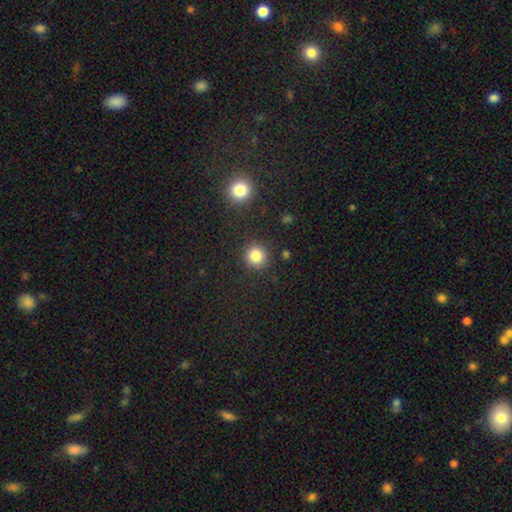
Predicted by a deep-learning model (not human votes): This appears to be a smooth galaxy with no disk features (83%) that is round (93%). Merging: none (88%).